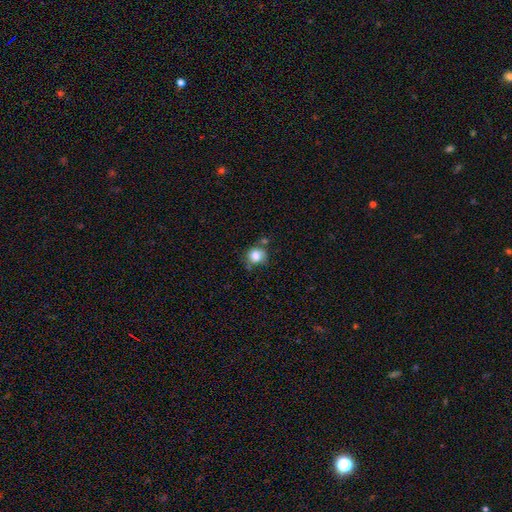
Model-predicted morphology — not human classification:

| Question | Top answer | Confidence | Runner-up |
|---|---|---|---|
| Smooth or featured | smooth | 81% | star or artifact (10%) |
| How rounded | round | 79% | in between (20%) |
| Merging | none | 57% | minor disturbance (24%) |